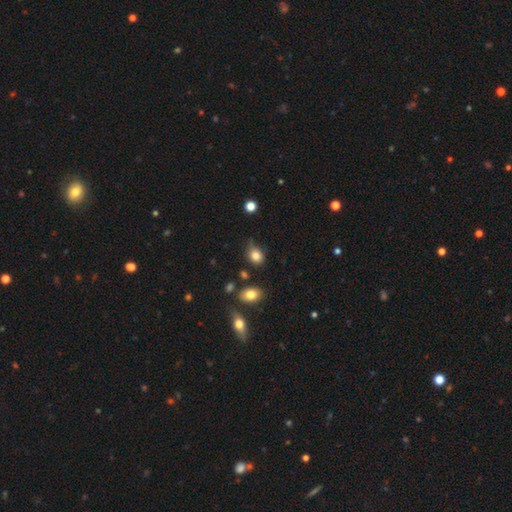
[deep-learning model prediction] Smooth or featured: smooth — 83% (star or artifact — 10%)
How rounded: in between — 50% (round — 48%)
Merging: none — 57% (minor disturbance — 31%)